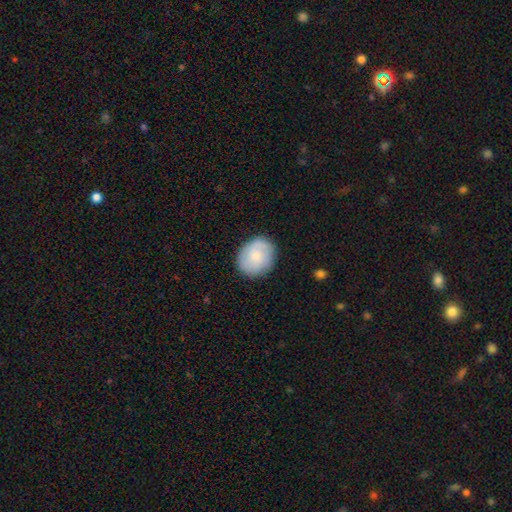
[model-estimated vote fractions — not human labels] A smooth galaxy with no disk features (68%) that is round (62%).

Vote fractions:
- Smooth or featured? smooth: 68% / featured or disk: 26% / star or artifact: 6%
- How rounded? round: 62% / in between: 37% / cigar-shaped: 1%
- Merging? none: 82% / minor disturbance: 13% / major disturbance: 3% / merger: 1%